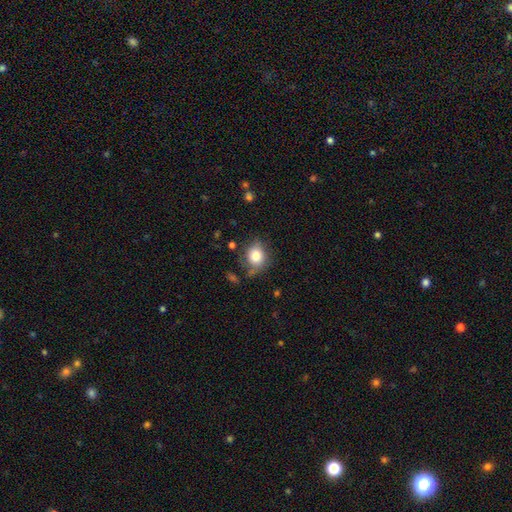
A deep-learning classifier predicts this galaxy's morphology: smooth 81%, featured or disk 10%, star or artifact 9%. Down the decision tree: how rounded — round (69%); merging — none (70%).